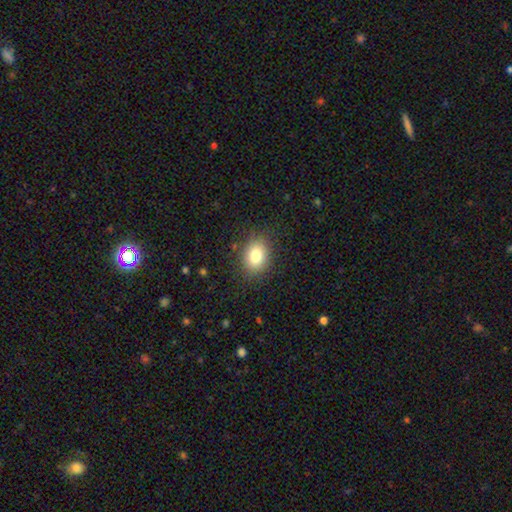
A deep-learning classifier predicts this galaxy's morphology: Overall: smooth (81%). How rounded: in between (62%; round 37%). Merging: none (85%).